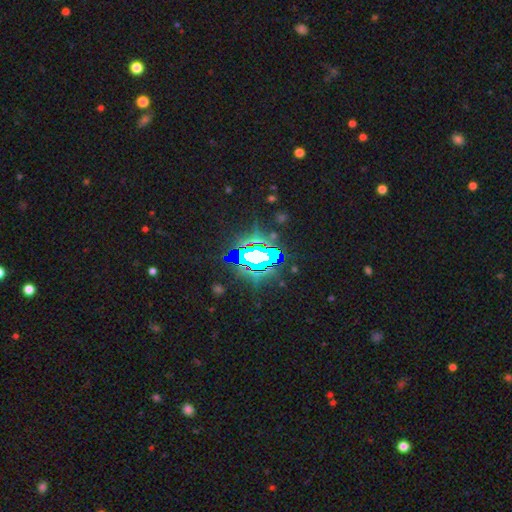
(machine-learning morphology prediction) This is likely a star or artifact rather than a galaxy (72%).